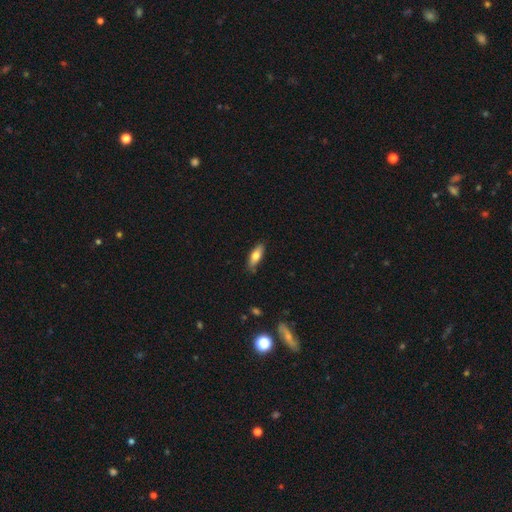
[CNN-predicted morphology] This is likely a smooth galaxy (70%). How rounded: possibly in between (60%). Merging: clearly none (83%).